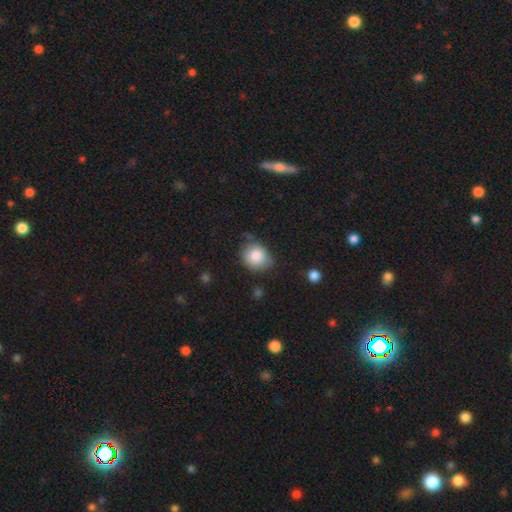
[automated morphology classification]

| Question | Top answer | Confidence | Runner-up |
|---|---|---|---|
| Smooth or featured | smooth | 84% | star or artifact (8%) |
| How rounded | round | 64% | in between (35%) |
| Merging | none | 65% | minor disturbance (26%) |